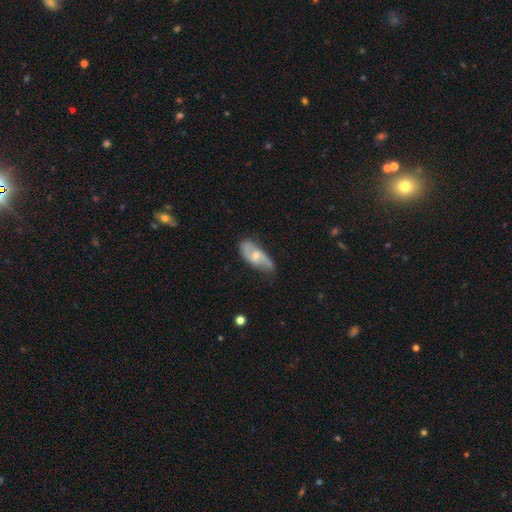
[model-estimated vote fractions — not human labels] Smooth or featured?
  - featured or disk: 63% *
  - smooth: 31%
  - star or artifact: 6%
Edge-on disk?
  - no: 92% *
  - yes: 8%
Bar?
  - weak: 45% *
  - no: 44%
  - strong: 11%
Spiral arms?
  - yes: 87% *
  - no: 13%
Bulge size?
  - small: 48% *
  - moderate: 43%
  - none: 6%
  - large: 3%
  - dominant: 1%
Merging?
  - none: 55% *
  - minor disturbance: 32%
  - major disturbance: 11%
  - merger: 3%